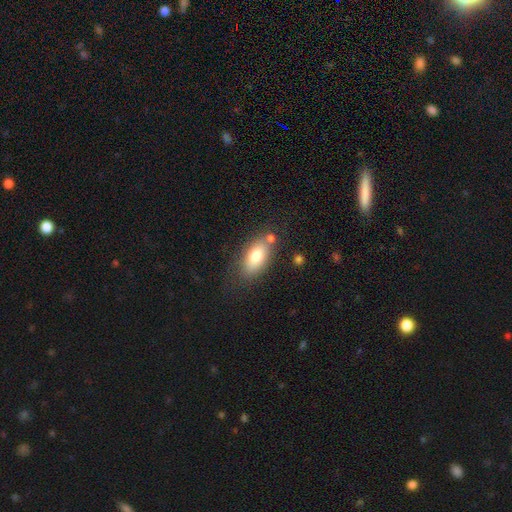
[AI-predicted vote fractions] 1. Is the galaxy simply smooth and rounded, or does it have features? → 75% smooth, 17% featured or disk, 8% star or artifact.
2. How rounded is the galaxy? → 87% in between, 7% cigar-shaped, 6% round.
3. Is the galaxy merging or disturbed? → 67% none, 16% minor disturbance, 12% merger, 5% major disturbance.